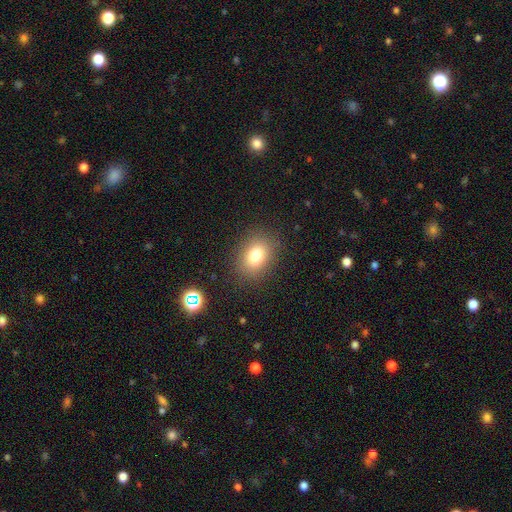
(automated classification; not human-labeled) smooth-or-featured: smooth: 78% | star or artifact: 12% | featured or disk: 10%
  how-rounded: in between: 62% | round: 37% | cigar-shaped: 1%
  merging: none: 85% | minor disturbance: 9% | major disturbance: 4% | merger: 1%